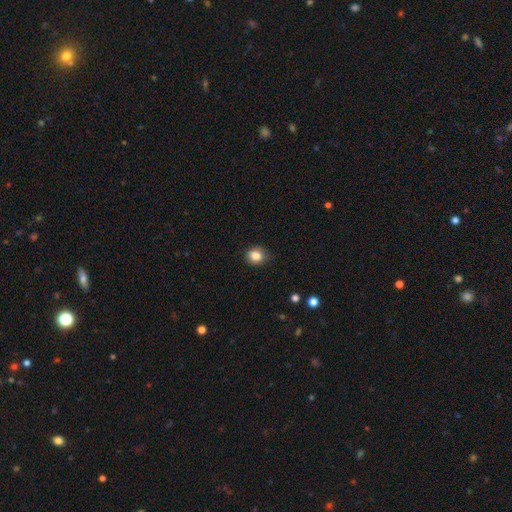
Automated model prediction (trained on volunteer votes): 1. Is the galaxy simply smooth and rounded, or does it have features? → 85% smooth, 10% star or artifact, 5% featured or disk.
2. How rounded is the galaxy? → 72% round, 27% in between, 1% cigar-shaped.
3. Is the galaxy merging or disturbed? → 85% none, 11% minor disturbance, 2% major disturbance, 1% merger.